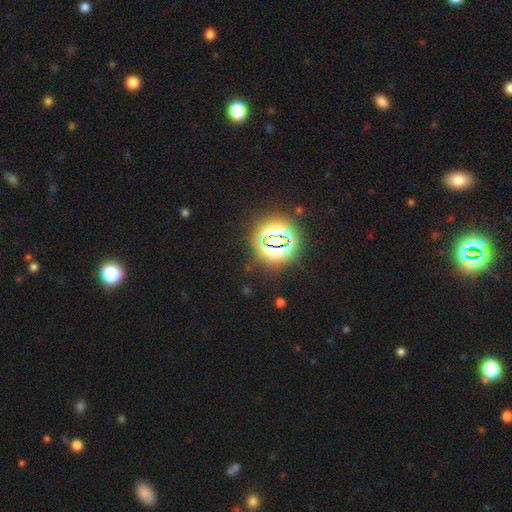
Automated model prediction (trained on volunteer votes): Smooth or featured? Predicted: star or artifact (p=0.83).